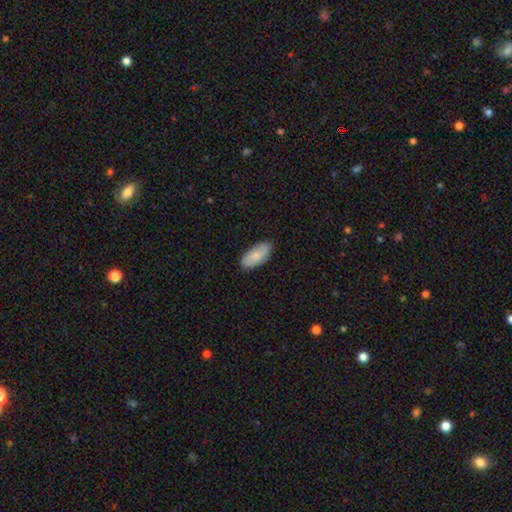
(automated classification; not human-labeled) Smooth or featured? smooth (77%)
How rounded? in between (90%)
Merging? none (86%)